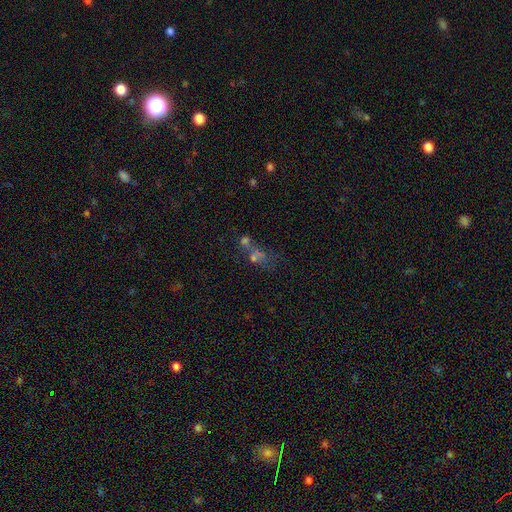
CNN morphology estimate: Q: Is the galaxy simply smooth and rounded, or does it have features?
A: smooth — 37%.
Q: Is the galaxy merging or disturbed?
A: merger — 46%.